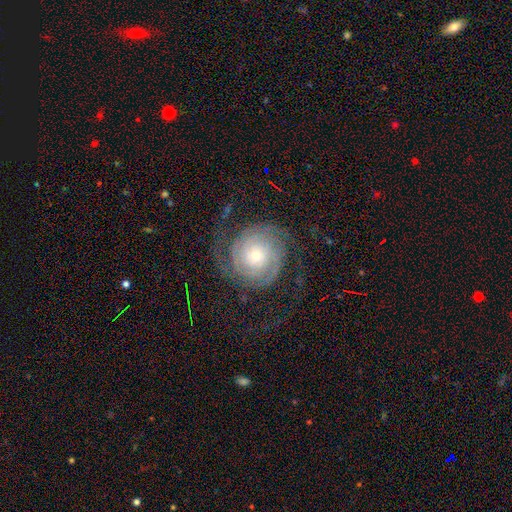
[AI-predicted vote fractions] Smooth or featured: featured or disk — 85% (smooth — 9%)
Edge-on disk: no — 98% (yes — 2%)
Bar: no — 77% (weak — 18%)
Spiral arms: yes — 97% (no — 3%)
Spiral winding: tight — 69% (medium — 23%)
Spiral arm count: 2 — 55% (can't tell — 17%)
Bulge size: small — 64% (moderate — 30%)
Merging: none — 71% (minor disturbance — 14%)